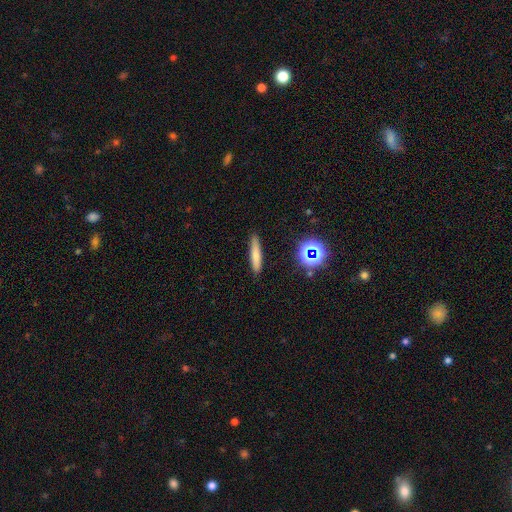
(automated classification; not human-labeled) Smooth or featured? smooth (72%)
How rounded? cigar-shaped (88%)
Merging? none (87%)